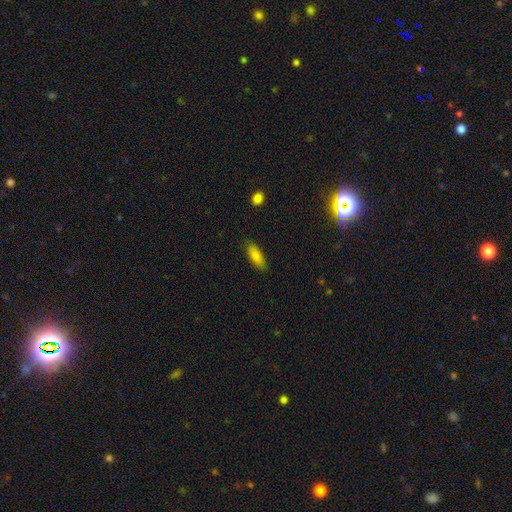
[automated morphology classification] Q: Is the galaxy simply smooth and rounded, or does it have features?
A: smooth — 85%.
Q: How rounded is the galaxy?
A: in between — 70%.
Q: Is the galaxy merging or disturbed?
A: none — 84%.